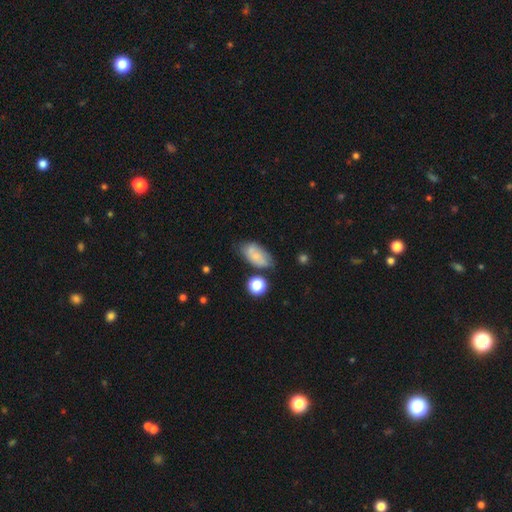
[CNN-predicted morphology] This appears to be a smooth galaxy with no disk features (68%) that is in between round and cigar-shaped (90%). Merging: none (56%).